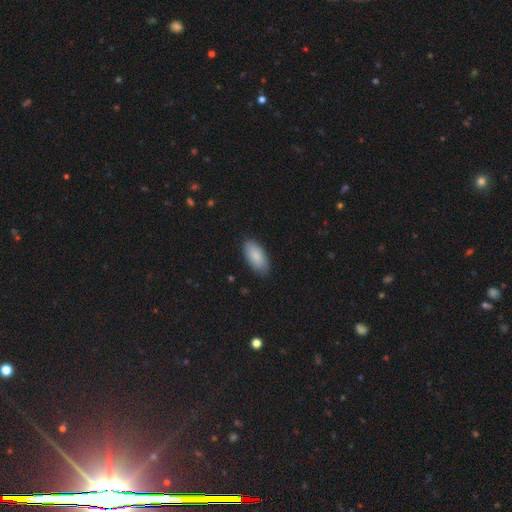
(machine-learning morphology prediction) A smooth galaxy with no disk features (86%) that is in between round and cigar-shaped (92%).

Vote fractions:
- Smooth or featured? smooth: 86% / featured or disk: 8% / star or artifact: 6%
- How rounded? in between: 92% / cigar-shaped: 6% / round: 2%
- Merging? none: 85% / minor disturbance: 12% / major disturbance: 2% / merger: 1%